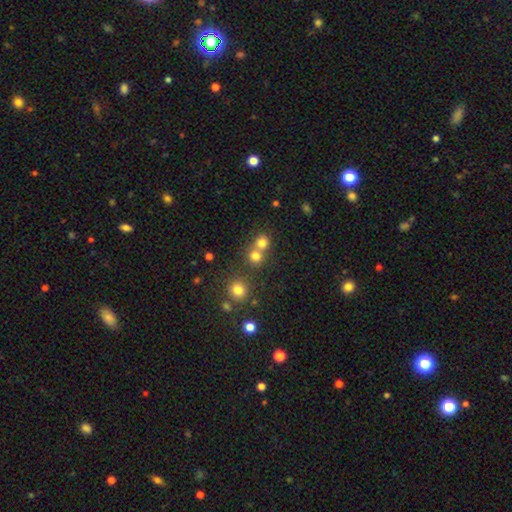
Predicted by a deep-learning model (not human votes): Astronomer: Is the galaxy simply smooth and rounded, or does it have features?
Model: smooth — 75%.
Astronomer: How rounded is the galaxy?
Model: round — 87%.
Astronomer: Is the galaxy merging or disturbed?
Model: none — 50% (runner-up: merger, 42%).